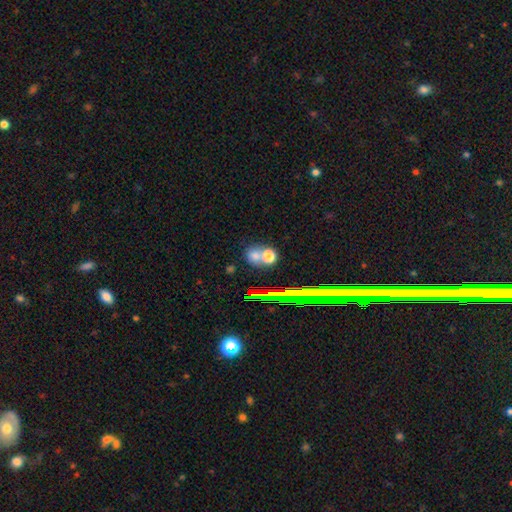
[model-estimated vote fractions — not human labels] smooth 69%, star or artifact 20%, featured or disk 11%. Down the decision tree: how rounded — round (70%); merging — merger (45%).